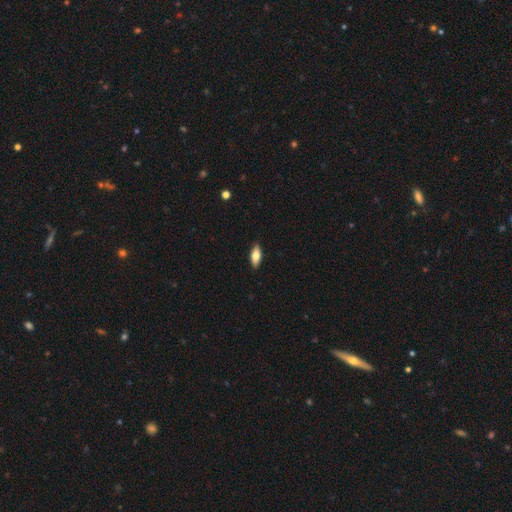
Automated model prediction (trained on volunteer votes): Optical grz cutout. It shows a smooth galaxy with no disk features (72%) that is in between round and cigar-shaped (78%). Merging: none (89%).